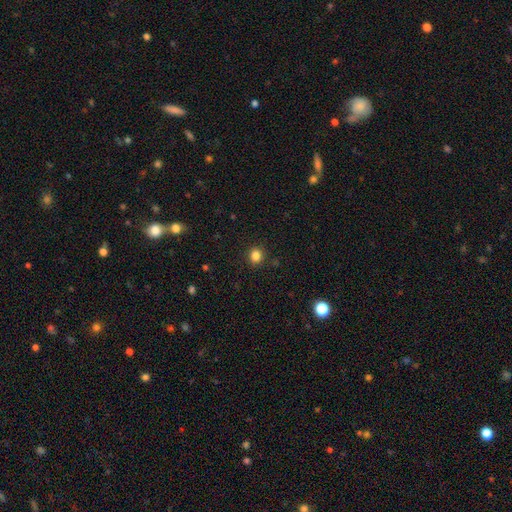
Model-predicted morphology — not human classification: smooth_or_featured: smooth (p=0.84) [alt: star or artifact p=0.12]
how_rounded: round (p=0.79) [alt: in between p=0.20]
merging: none (p=0.90) [alt: minor disturbance p=0.07]